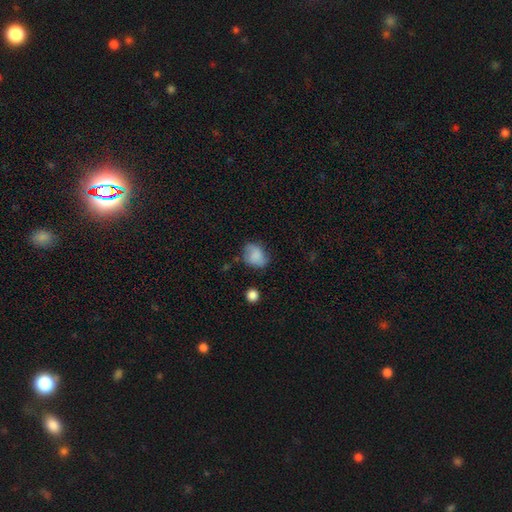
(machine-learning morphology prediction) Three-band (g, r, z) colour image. It shows a smooth galaxy with no disk features (77%) that is in between round and cigar-shaped (57%). Merging: none (60%).